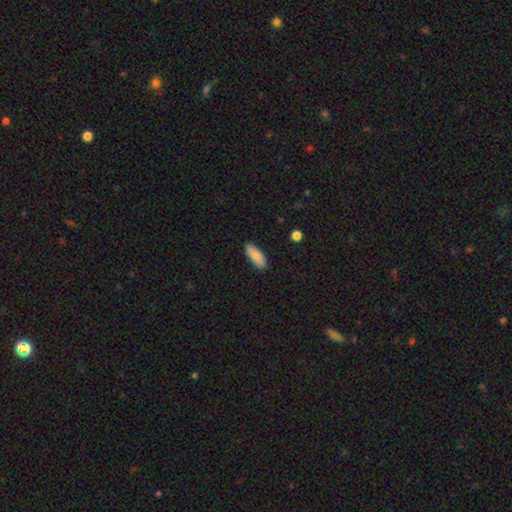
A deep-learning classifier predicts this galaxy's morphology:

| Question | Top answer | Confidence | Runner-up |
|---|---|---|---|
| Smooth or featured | smooth | 86% | featured or disk (8%) |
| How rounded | in between | 75% | cigar-shaped (23%) |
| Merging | none | 86% | minor disturbance (11%) |